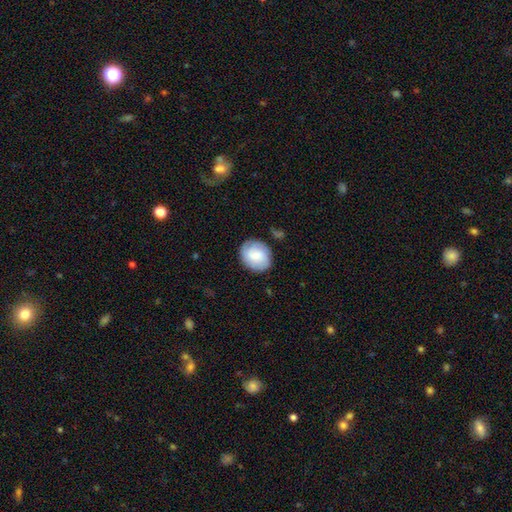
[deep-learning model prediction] A smooth galaxy with no disk features (69%) that is round (66%). Merging: none (81%).